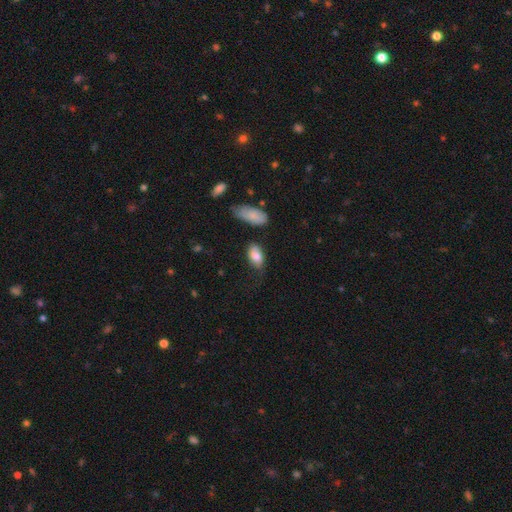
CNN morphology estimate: Smooth or featured? smooth (79%)
How rounded? in between (90%)
Merging? none (45%)